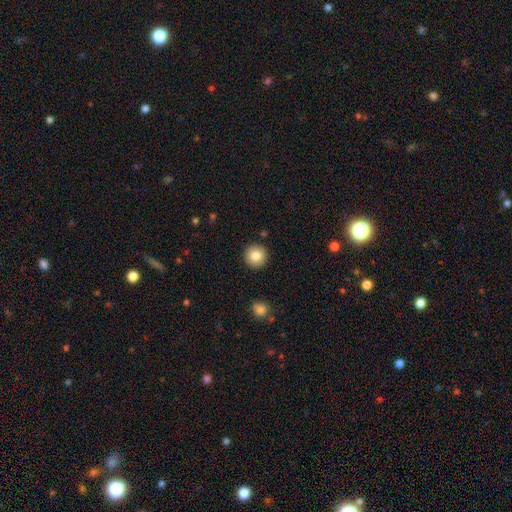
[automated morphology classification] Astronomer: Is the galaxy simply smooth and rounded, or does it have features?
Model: smooth — 83%.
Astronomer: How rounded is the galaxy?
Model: round — 96%.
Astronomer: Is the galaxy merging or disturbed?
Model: none — 92%.